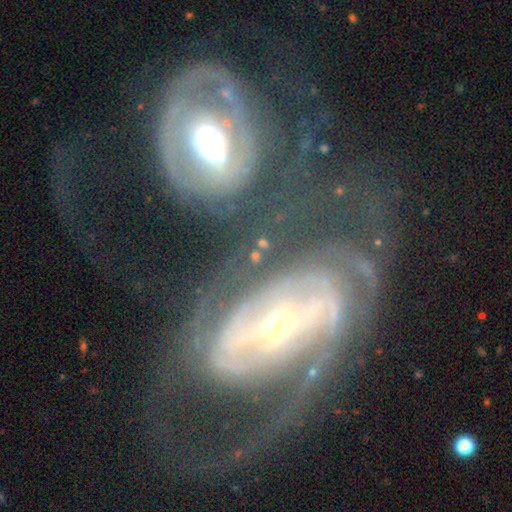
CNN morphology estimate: This appears to be a featured or disk galaxy (75%) with a strong bar (47%), 2 (49%) tight (50%) spiral arms (81%) and a moderate central bulge (47%). Merging: none (54%).